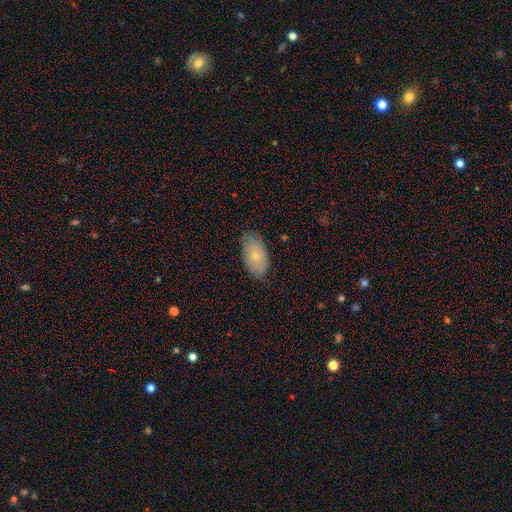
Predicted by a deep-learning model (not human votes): Overall: smooth (69%). How rounded: in between (94%). Merging: none (77%).